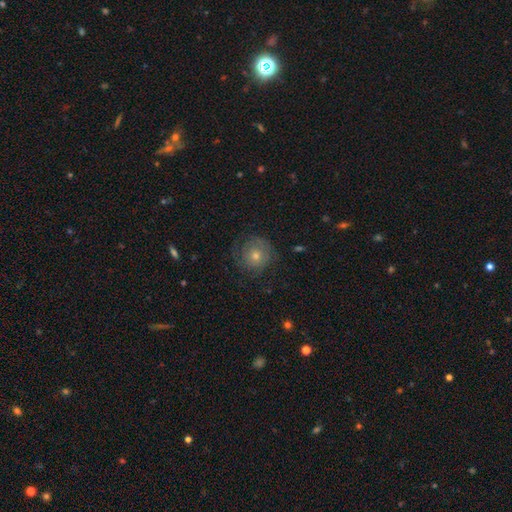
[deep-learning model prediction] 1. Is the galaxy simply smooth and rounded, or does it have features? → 44% featured or disk, 41% smooth, 14% star or artifact.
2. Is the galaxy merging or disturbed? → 77% none, 14% minor disturbance, 8% major disturbance, 1% merger.